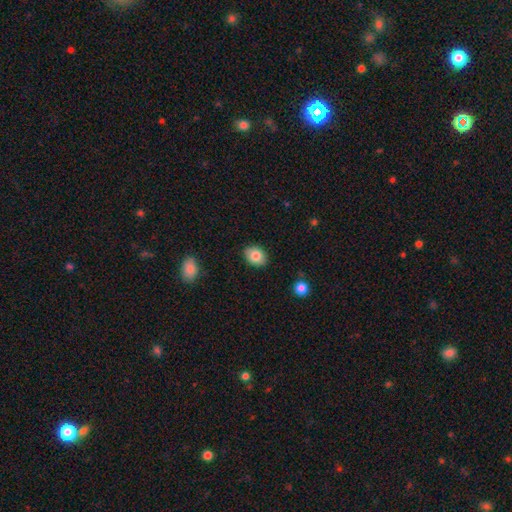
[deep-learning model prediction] Overall: smooth (83%). How rounded: in between (65%; round 34%). Merging: none (87%).